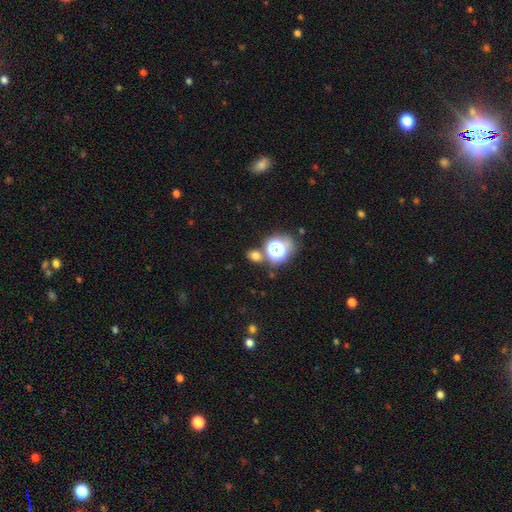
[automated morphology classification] Smooth or featured?
  - smooth: 68% *
  - star or artifact: 25%
  - featured or disk: 7%
How rounded?
  - round: 62% *
  - in between: 36%
  - cigar-shaped: 1%
Merging?
  - none: 72% *
  - merger: 14%
  - minor disturbance: 10%
  - major disturbance: 4%